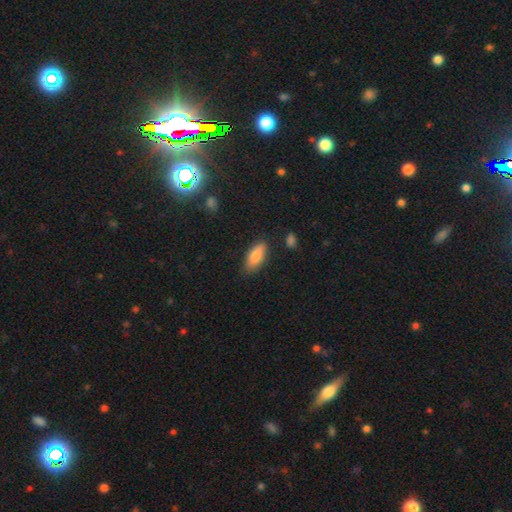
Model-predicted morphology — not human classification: A smooth galaxy with no disk features (81%) that is in between round and cigar-shaped (82%). Merging: none (82%).